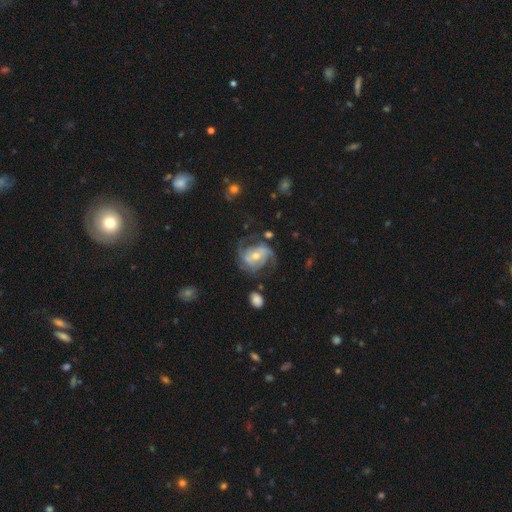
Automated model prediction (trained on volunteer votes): Smooth or featured? featured or disk (85%)
Edge-on disk? no (97%)
Bar? no (44%)
Spiral arms? yes (94%)
Spiral winding? medium (46%)
Spiral arm count? 2 (54%)
Bulge size? moderate (57%)
Merging? none (56%)